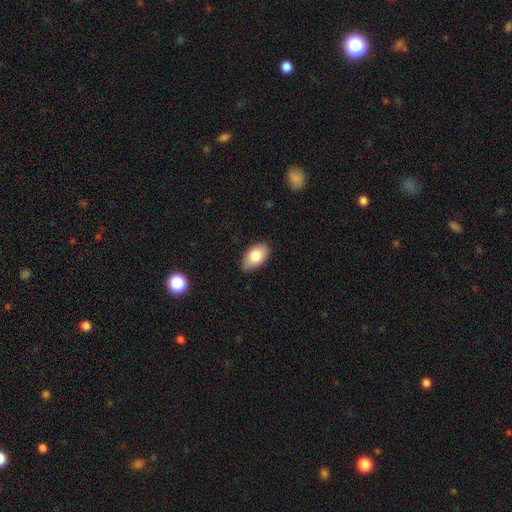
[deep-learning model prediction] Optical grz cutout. It shows a smooth galaxy with no disk features (82%) that is in between round and cigar-shaped (94%). Merging: none (82%).